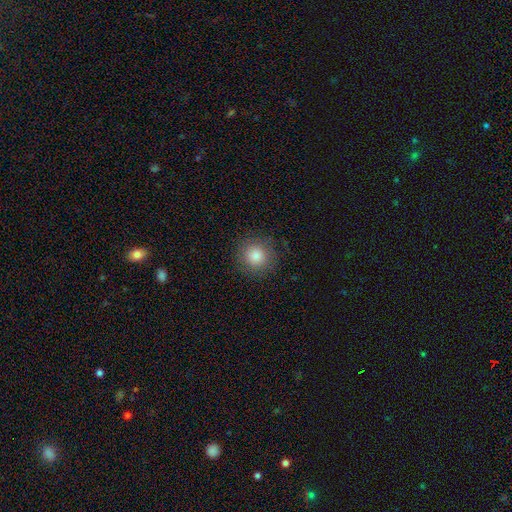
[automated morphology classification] smooth-or-featured: smooth: 83% | star or artifact: 11% | featured or disk: 6%
  how-rounded: round: 94% | in between: 6% | cigar-shaped: 1%
  merging: none: 89% | minor disturbance: 7% | major disturbance: 3% | merger: 1%